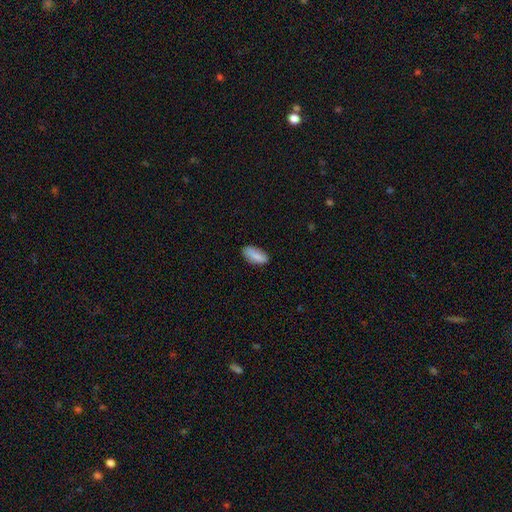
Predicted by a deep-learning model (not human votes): Morphology: type=smooth (86%); roundness=in between (82%); merging=none (84%).